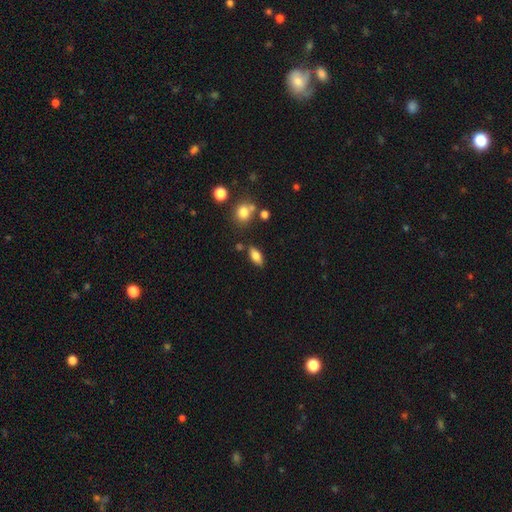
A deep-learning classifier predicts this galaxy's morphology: A smooth galaxy with no disk features (75%) that is in between round and cigar-shaped (82%).

Vote fractions:
- Smooth or featured? smooth: 75% / featured or disk: 16% / star or artifact: 9%
- How rounded? in between: 82% / cigar-shaped: 13% / round: 5%
- Merging? none: 80% / minor disturbance: 12% / merger: 5% / major disturbance: 3%